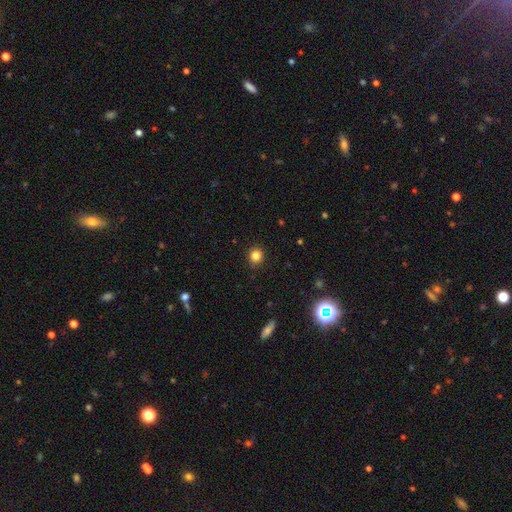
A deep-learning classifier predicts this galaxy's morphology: Smooth or featured? Predicted: smooth (p=0.83). How rounded? Predicted: round (p=0.84). Merging? Predicted: none (p=0.91).